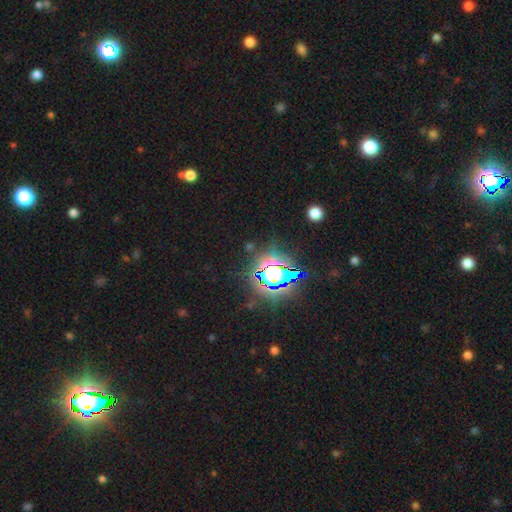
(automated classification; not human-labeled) A star or artifact, not a galaxy (83%).

Vote fractions:
- Smooth or featured? star or artifact: 83% / smooth: 10% / featured or disk: 7%